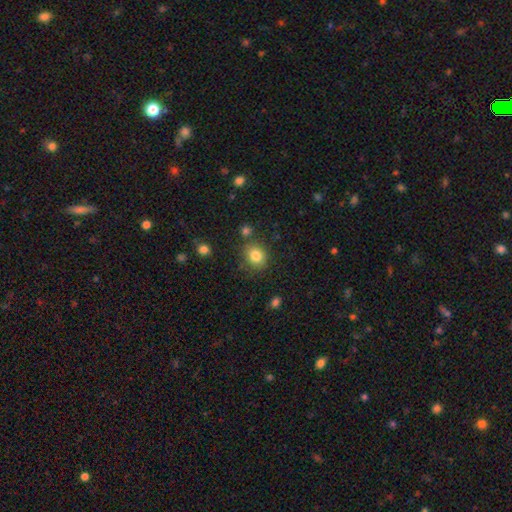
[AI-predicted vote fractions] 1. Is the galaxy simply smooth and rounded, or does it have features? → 82% smooth, 11% star or artifact, 6% featured or disk.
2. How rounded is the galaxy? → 74% round, 26% in between, 1% cigar-shaped.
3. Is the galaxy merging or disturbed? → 79% none, 11% minor disturbance, 6% merger, 3% major disturbance.